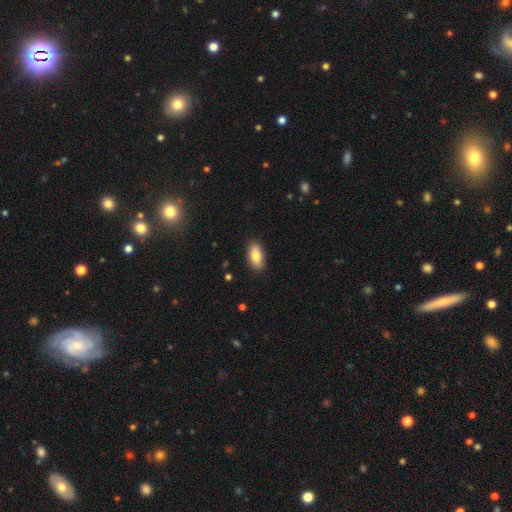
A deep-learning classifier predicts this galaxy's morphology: Smooth or featured? smooth (80%)
How rounded? in between (89%)
Merging? none (85%)